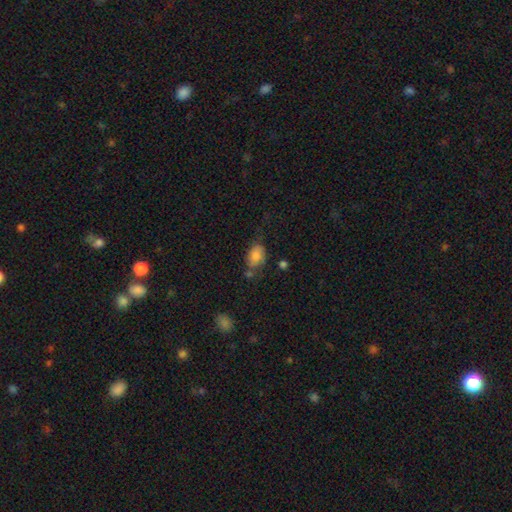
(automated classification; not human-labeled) Morphology: type=smooth (79%); roundness=in between (84%); merging=none (51%).